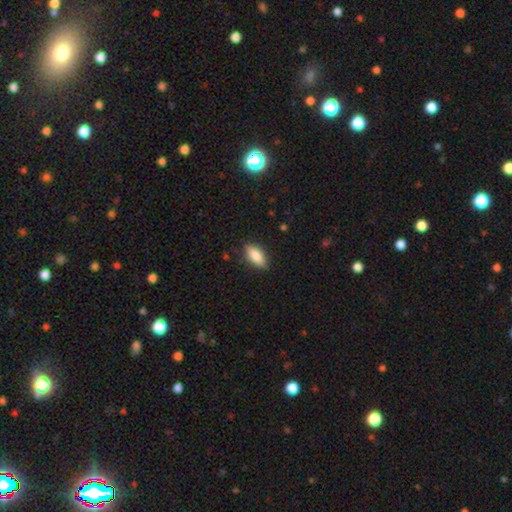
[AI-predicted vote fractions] The model was most divided on "merging": none: 84%, minor disturbance: 13%, major disturbance: 3%, merger: 1%. More confident: smooth or featured — smooth (86%); how rounded — in between (84%).